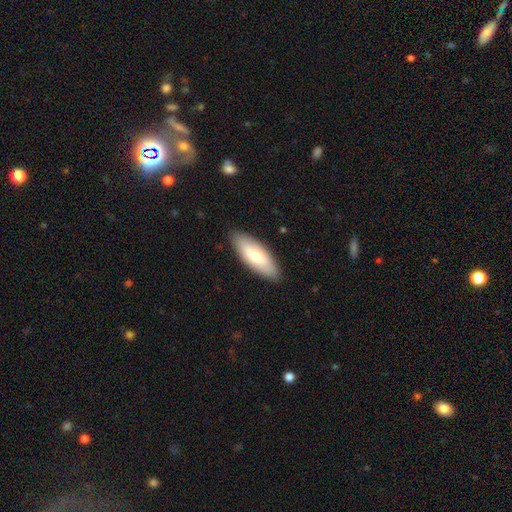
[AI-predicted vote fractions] Smooth or featured? smooth (70%)
How rounded? in between (73%)
Merging? none (87%)